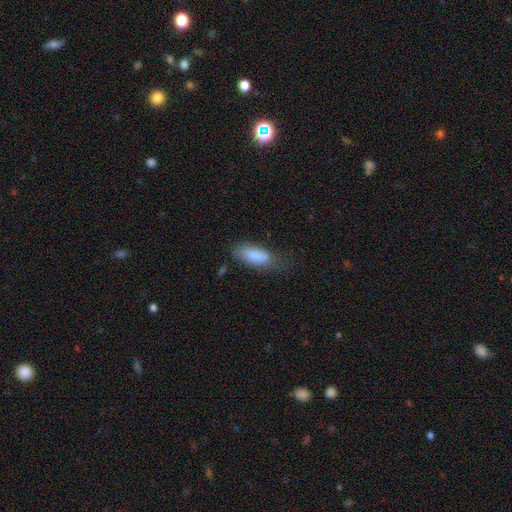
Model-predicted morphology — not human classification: smooth-or-featured: smooth: 85% | featured or disk: 8% | star or artifact: 7%
  how-rounded: in between: 83% | cigar-shaped: 15% | round: 2%
  merging: none: 53% | minor disturbance: 31% | major disturbance: 14% | merger: 3%